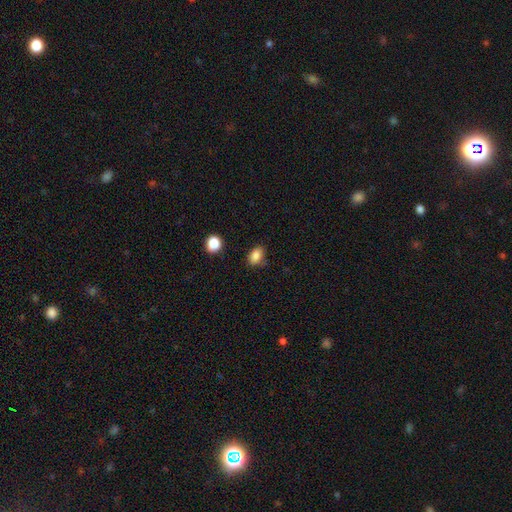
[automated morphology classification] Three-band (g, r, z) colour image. It shows a smooth galaxy with no disk features (86%) that is in between round and cigar-shaped (80%). Merging: none (73%).